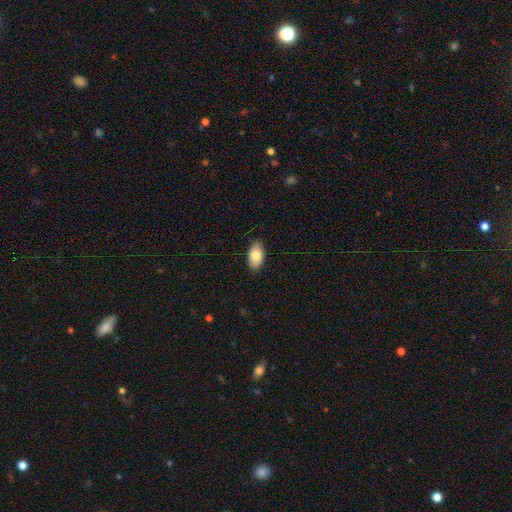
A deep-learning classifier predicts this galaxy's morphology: Overall: smooth (83%). How rounded: in between (94%). Merging: none (86%).